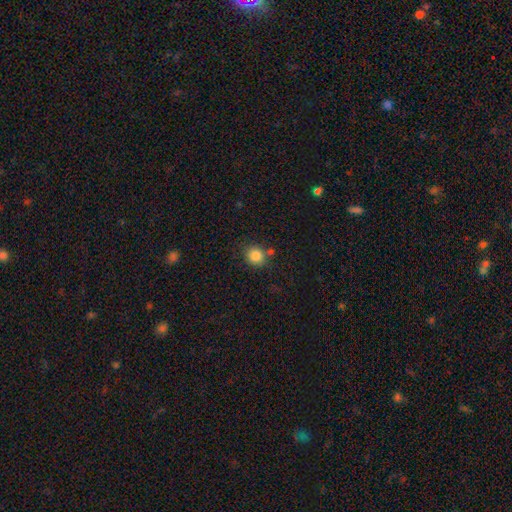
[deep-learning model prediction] Smooth or featured: smooth — 85% (star or artifact — 10%)
How rounded: round — 81% (in between — 18%)
Merging: none — 75% (minor disturbance — 12%)